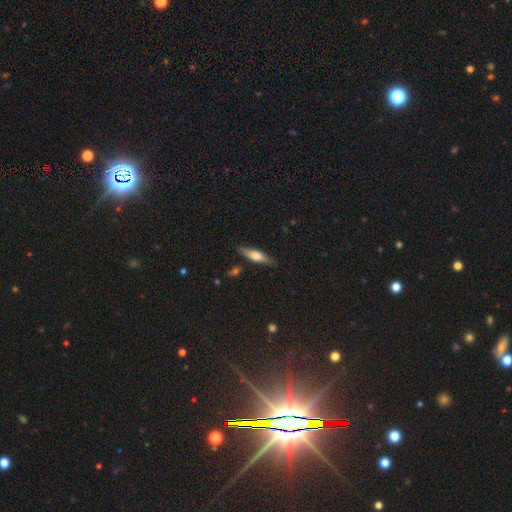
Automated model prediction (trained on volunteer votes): Smooth or featured: smooth — 56% (featured or disk — 38%)
How rounded: cigar-shaped — 67% (in between — 31%)
Merging: none — 84% (minor disturbance — 11%)